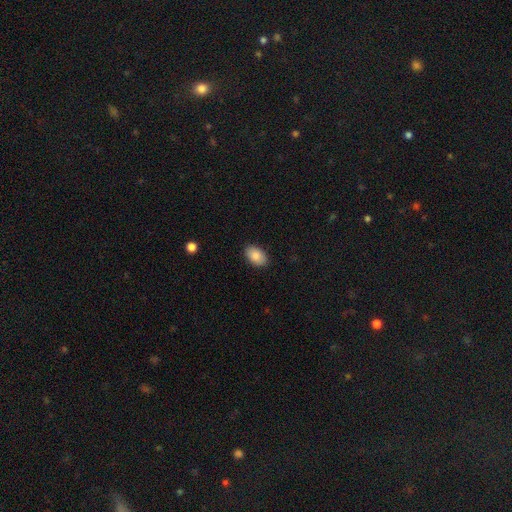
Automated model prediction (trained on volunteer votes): Smooth or featured? Predicted: smooth (p=0.85). How rounded? Predicted: in between (p=0.91). Merging? Predicted: none (p=0.88).